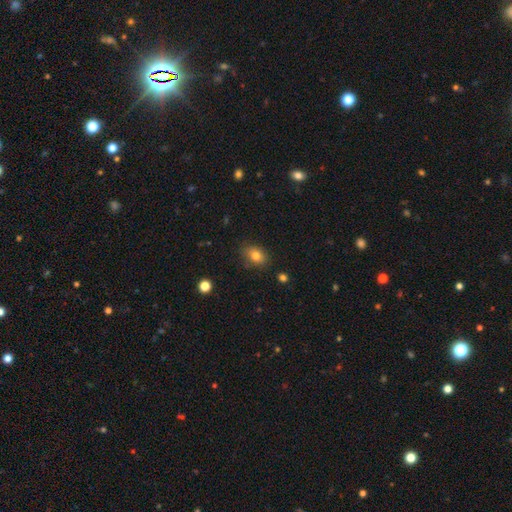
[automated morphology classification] Smooth or featured? Predicted: smooth (p=0.81). How rounded? Predicted: in between (p=0.75). Merging? Predicted: none (p=0.81).